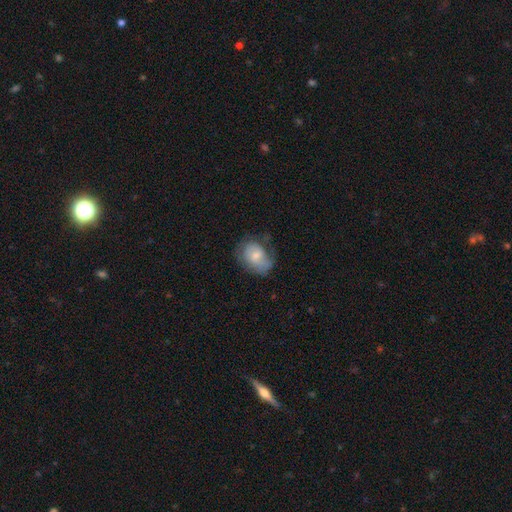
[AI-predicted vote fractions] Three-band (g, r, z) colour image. It shows a smooth galaxy with no disk features (55%) that is in between round and cigar-shaped (68%). Merging: none (46%).